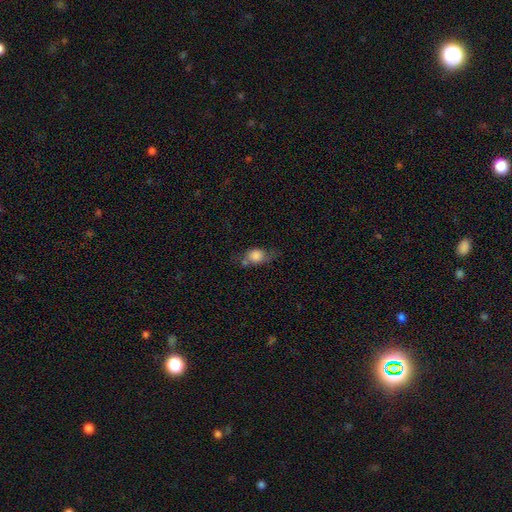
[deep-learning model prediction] The model was most divided on "merging": none: 41%, minor disturbance: 29%, major disturbance: 16%, merger: 15%. More confident: smooth or featured — smooth (74%); how rounded — in between (61%).